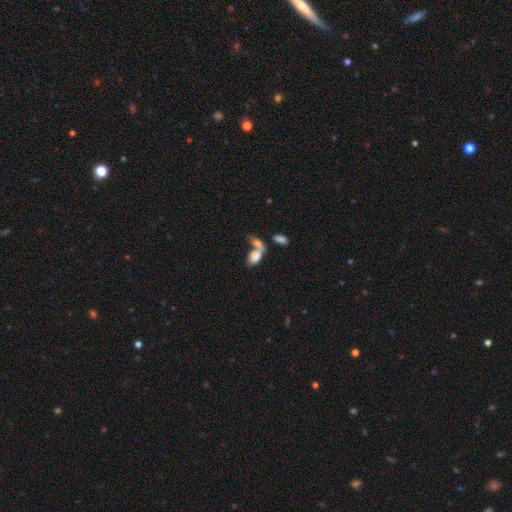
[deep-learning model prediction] A smooth galaxy with no disk features (77%) that is in between round and cigar-shaped (86%).

Vote fractions:
- Smooth or featured? smooth: 77% / featured or disk: 15% / star or artifact: 9%
- How rounded? in between: 86% / round: 10% / cigar-shaped: 3%
- Merging? merger: 64% / none: 21% / major disturbance: 8% / minor disturbance: 8%